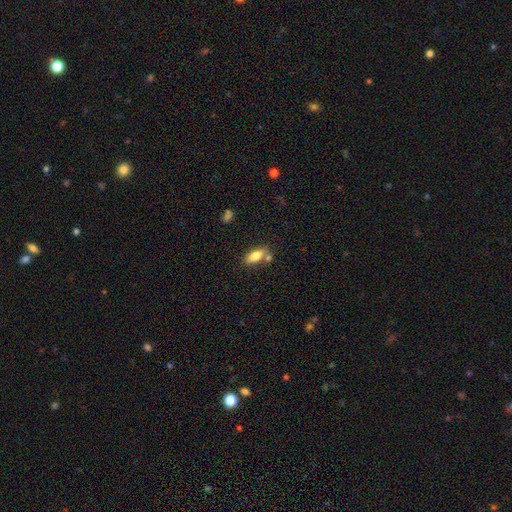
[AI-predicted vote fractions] Smooth or featured? smooth (78%)
How rounded? in between (83%)
Merging? none (65%)